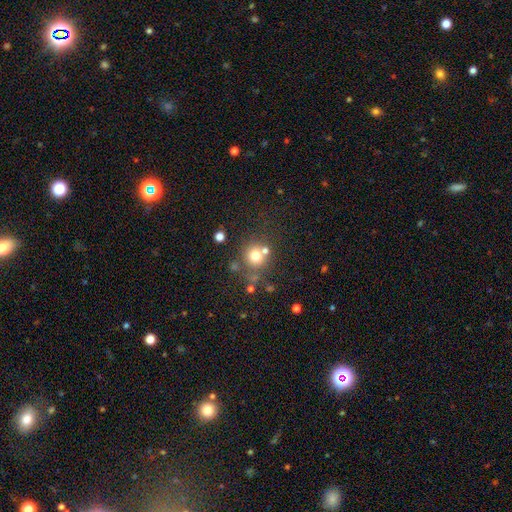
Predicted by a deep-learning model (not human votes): Smooth or featured? smooth (71%)
How rounded? round (90%)
Merging? none (64%)